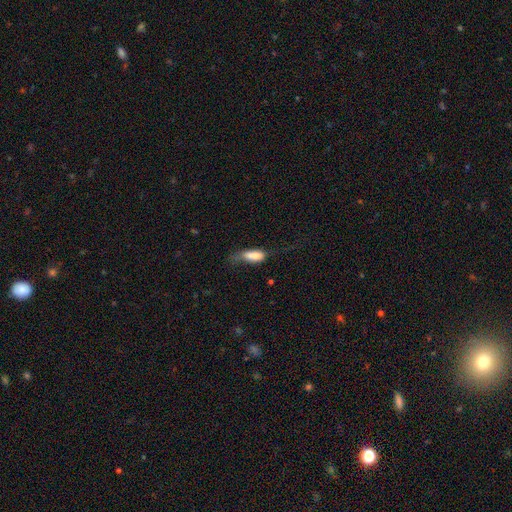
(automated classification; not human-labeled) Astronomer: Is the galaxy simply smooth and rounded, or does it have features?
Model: smooth — 71%.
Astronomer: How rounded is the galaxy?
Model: in between — 70%.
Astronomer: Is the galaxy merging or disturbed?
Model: major disturbance — 38% (runner-up: minor disturbance, 29%).